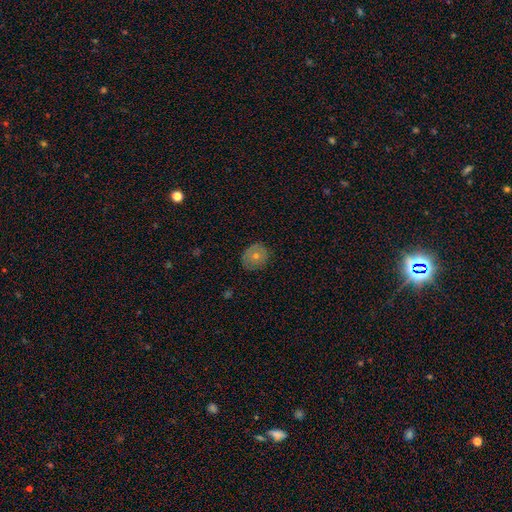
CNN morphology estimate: This appears to be a smooth galaxy with no disk features (65%) that is round (83%). Merging: none (81%).